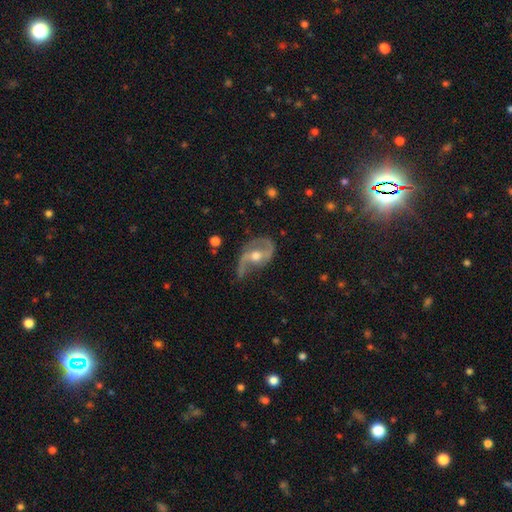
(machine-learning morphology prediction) This is clearly a featured or disk galaxy (85%). It is clearly not viewed edge-on (96%). Bar: possibly no (47%). Spiral arm pattern: clearly yes (93%). Spiral arm count: clearly 2 (86%). Spiral winding: possibly loose (52%). Central bulge: likely moderate (72%). Merging: possibly none (53%).